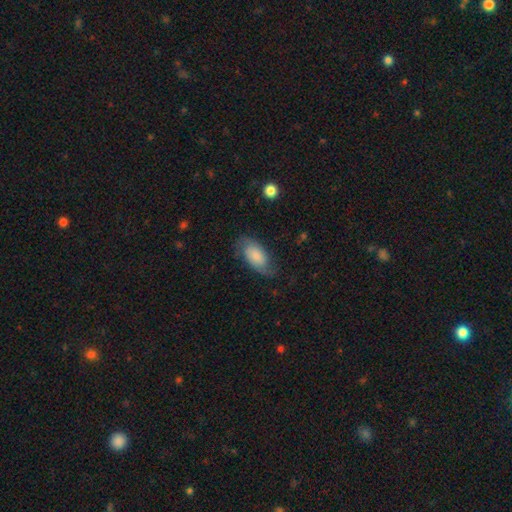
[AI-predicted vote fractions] Smooth or featured? smooth (48%)
Merging? none (68%)